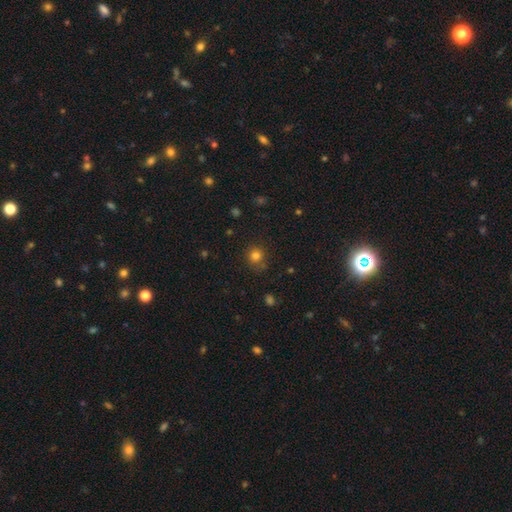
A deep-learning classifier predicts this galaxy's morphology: type=smooth (80%); roundness=round (87%); merging=none (76%).